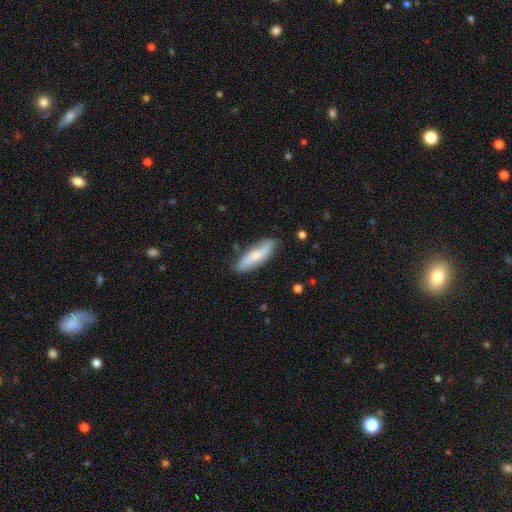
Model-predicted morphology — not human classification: Smooth or featured? smooth (64%)
How rounded? cigar-shaped (56%)
Merging? none (81%)